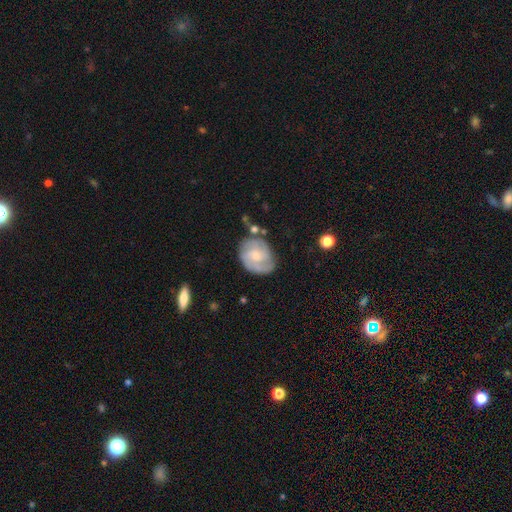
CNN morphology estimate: Smooth or featured?
  - featured or disk: 70% *
  - smooth: 24%
  - star or artifact: 6%
Edge-on disk?
  - no: 98% *
  - yes: 2%
Bar?
  - no: 58% *
  - weak: 37%
  - strong: 5%
Spiral arms?
  - yes: 89% *
  - no: 11%
Spiral winding?
  - tight: 45% *
  - medium: 42%
  - loose: 13%
Spiral arm count?
  - 2: 39% *
  - can't tell: 25%
  - 3: 23%
  - 1: 5%
  - 4: 4%
  - more than 4: 3%
Bulge size?
  - small: 50% *
  - moderate: 40%
  - none: 6%
  - large: 3%
  - dominant: 1%
Merging?
  - none: 65% *
  - minor disturbance: 22%
  - major disturbance: 8%
  - merger: 5%